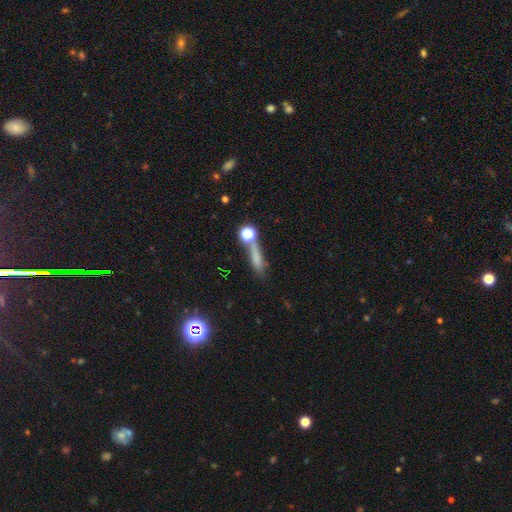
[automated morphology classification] Smooth or featured?
  - smooth: 62% *
  - featured or disk: 19%
  - star or artifact: 19%
How rounded?
  - cigar-shaped: 63% *
  - in between: 24%
  - round: 14%
Merging?
  - none: 55% *
  - merger: 19%
  - minor disturbance: 16%
  - major disturbance: 10%